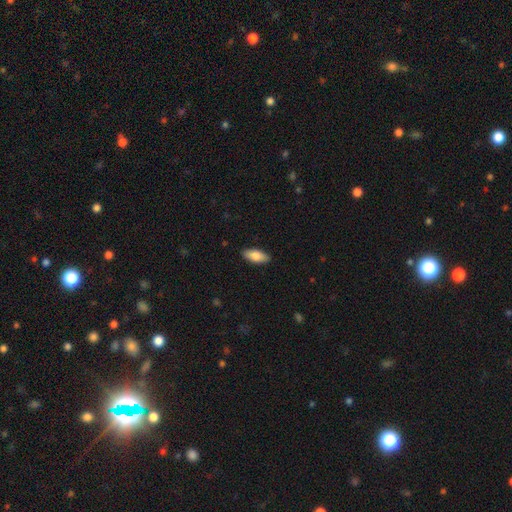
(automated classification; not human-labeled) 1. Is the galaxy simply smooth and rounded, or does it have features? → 80% smooth, 15% featured or disk, 6% star or artifact.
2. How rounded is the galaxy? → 82% in between, 16% cigar-shaped, 2% round.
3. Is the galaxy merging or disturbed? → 89% none, 9% minor disturbance, 2% major disturbance, 1% merger.